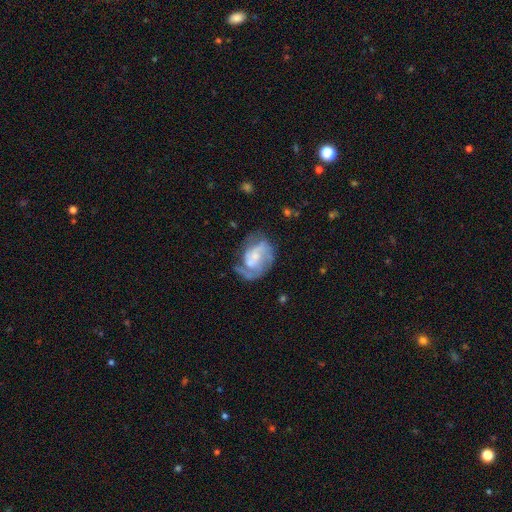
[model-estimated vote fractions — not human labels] Smooth or featured? Predicted: featured or disk (p=0.71). Edge-on disk? Predicted: no (p=0.98). Bar? Predicted: no (p=0.64). Spiral arms? Predicted: yes (p=0.79). Spiral winding? Predicted: medium (p=0.43). Spiral arm count? Predicted: 2 (p=0.42). Bulge size? Predicted: small (p=0.45). Merging? Predicted: none (p=0.40).